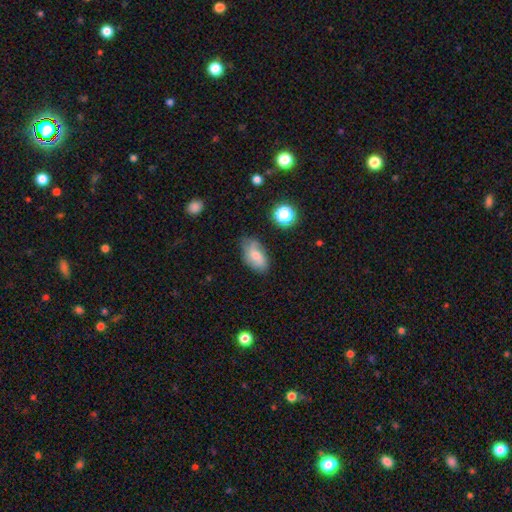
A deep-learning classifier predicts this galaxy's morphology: Smooth or featured? Predicted: smooth (p=0.55). How rounded? Predicted: in between (p=0.90). Merging? Predicted: none (p=0.62).